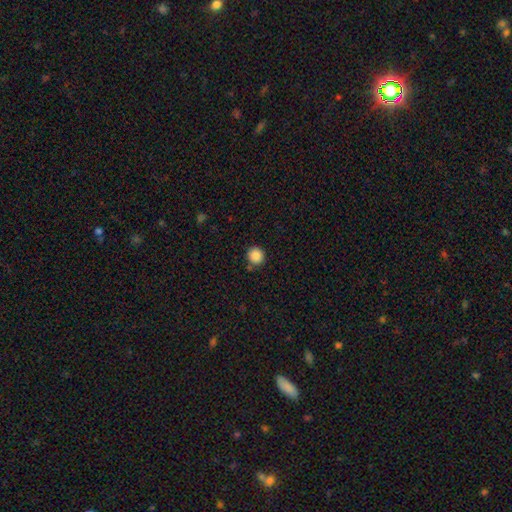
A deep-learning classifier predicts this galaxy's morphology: The model was most divided on "merging": none: 83%, minor disturbance: 10%, merger: 4%, major disturbance: 3%. More confident: how rounded — round (92%); smooth or featured — smooth (88%).